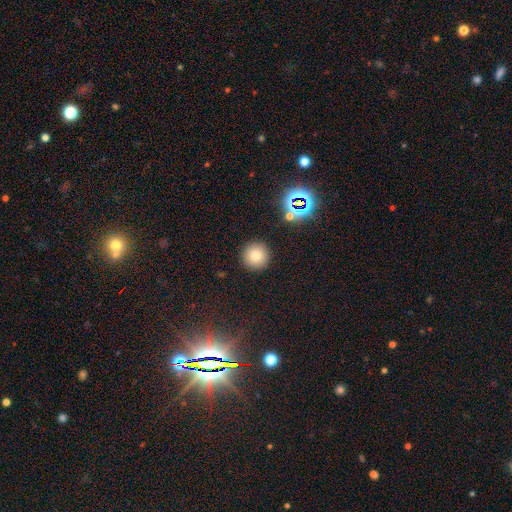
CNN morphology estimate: Smooth or featured? Predicted: smooth (p=0.79). How rounded? Predicted: round (p=0.96). Merging? Predicted: none (p=0.91).